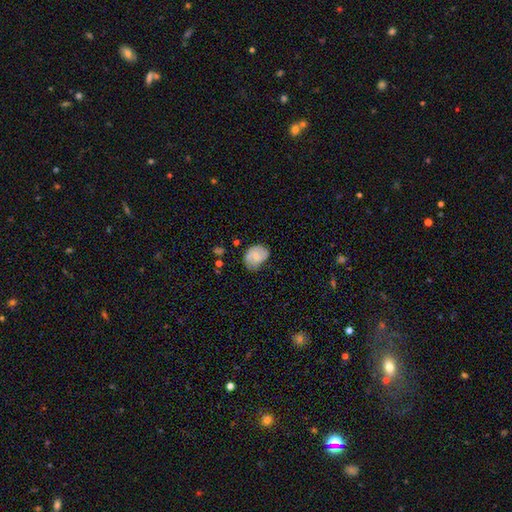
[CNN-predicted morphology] smooth 50%, featured or disk 42%, star or artifact 8%. Down the decision tree: how rounded — in between (59%); merging — none (52%).